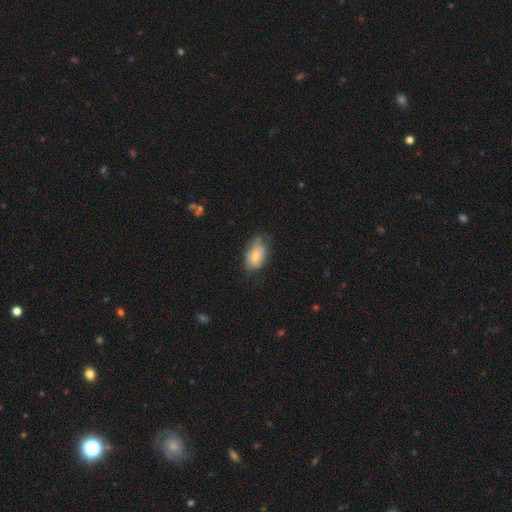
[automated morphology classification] A smooth galaxy with no disk features (68%) that is in between round and cigar-shaped (91%). Merging: none (48%).